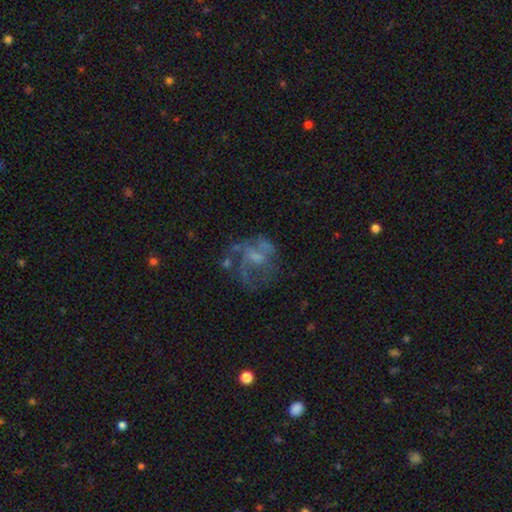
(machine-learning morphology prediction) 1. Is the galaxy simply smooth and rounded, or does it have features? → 63% featured or disk, 22% smooth, 14% star or artifact.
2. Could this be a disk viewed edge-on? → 98% no, 2% yes.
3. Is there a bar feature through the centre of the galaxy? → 60% no, 33% weak, 7% strong.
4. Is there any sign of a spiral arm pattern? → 51% yes, 49% no.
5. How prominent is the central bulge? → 34% none (tied), 34% small (tied), 28% moderate, 3% large, 1% dominant.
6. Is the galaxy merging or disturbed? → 41% none, 34% major disturbance, 18% minor disturbance, 7% merger.